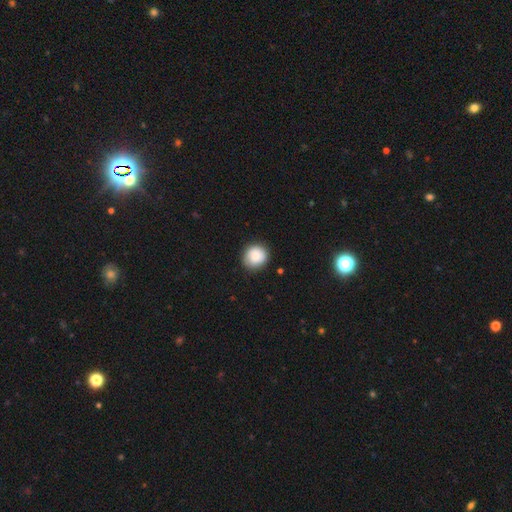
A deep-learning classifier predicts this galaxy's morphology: Overall: smooth (76%). How rounded: round (87%). Merging: none (84%).